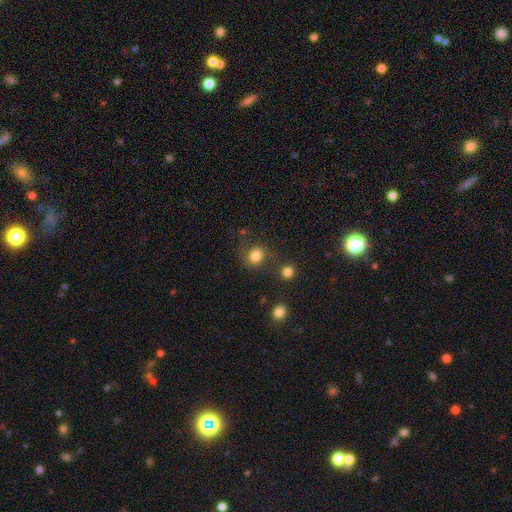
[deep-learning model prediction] smooth_or_featured: smooth (p=0.82) [alt: star or artifact p=0.11]
how_rounded: round (p=0.80) [alt: in between p=0.19]
merging: none (p=0.71) [alt: minor disturbance p=0.14]